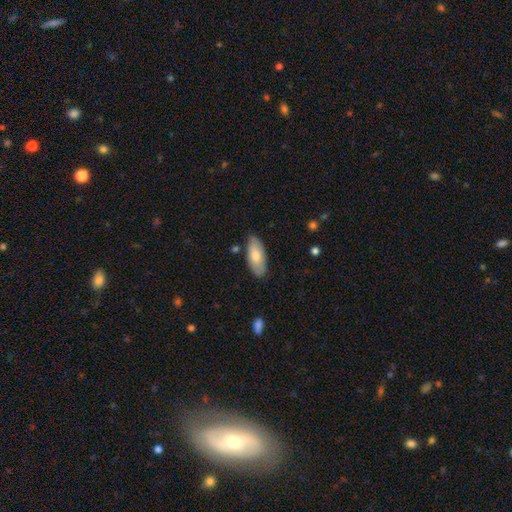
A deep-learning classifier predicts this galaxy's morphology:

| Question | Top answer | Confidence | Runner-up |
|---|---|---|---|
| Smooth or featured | smooth | 76% | featured or disk (18%) |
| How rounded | in between | 88% | cigar-shaped (10%) |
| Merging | none | 81% | minor disturbance (14%) |